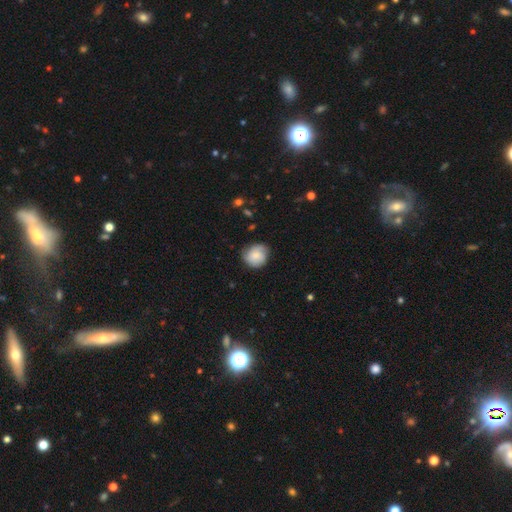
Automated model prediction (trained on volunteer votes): A smooth galaxy with no disk features (69%) that is round (86%). Merging: none (72%).